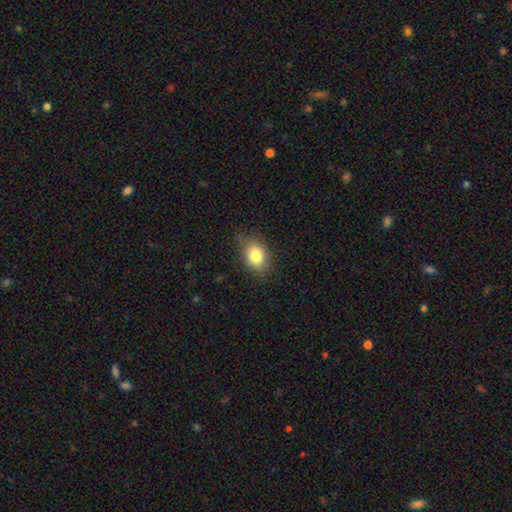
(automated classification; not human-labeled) Morphology: type=smooth (82%); roundness=in between (71%); merging=none (76%).